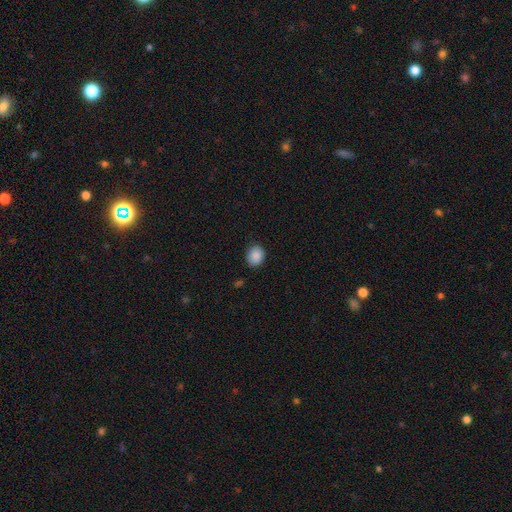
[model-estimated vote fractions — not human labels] Smooth or featured? Predicted: smooth (p=0.88). How rounded? Predicted: round (p=0.61). Merging? Predicted: none (p=0.85).